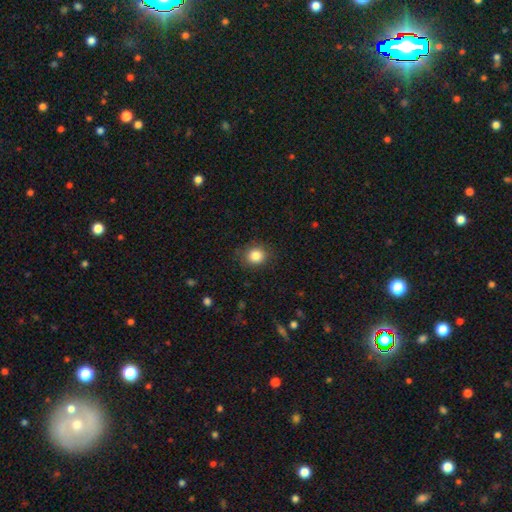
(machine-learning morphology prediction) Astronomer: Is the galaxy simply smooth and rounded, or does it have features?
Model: smooth — 85%.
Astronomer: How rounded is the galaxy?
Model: round — 78%.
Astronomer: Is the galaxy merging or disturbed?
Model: none — 85%.